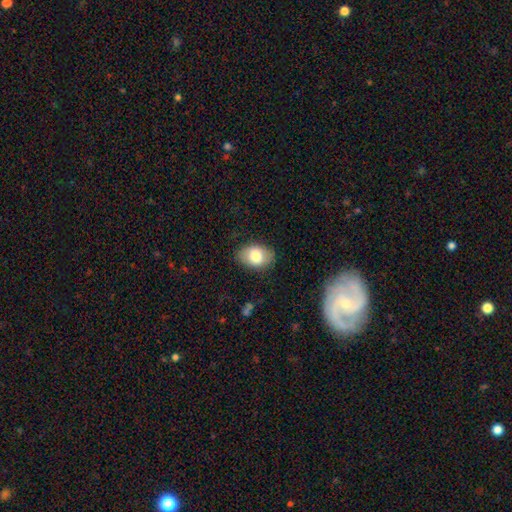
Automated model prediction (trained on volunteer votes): A smooth galaxy with no disk features (79%) that is in between round and cigar-shaped (85%). Merging: none (82%).